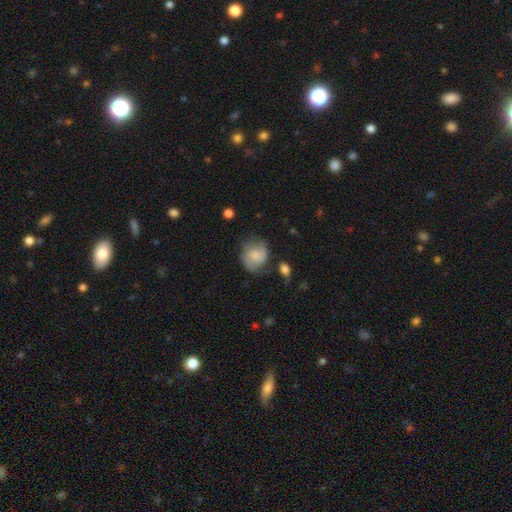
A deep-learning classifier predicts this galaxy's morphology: type=smooth (56%); roundness=round (68%); merging=none (57%).